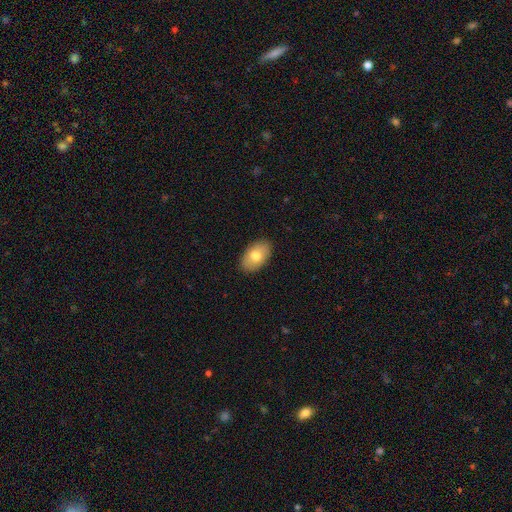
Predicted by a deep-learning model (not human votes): Q: Smooth or featured?
A: smooth (76%); runner-up: featured or disk (17%)
Q: How rounded?
A: in between (92%); runner-up: round (6%)
Q: Merging?
A: none (89%); runner-up: minor disturbance (9%)